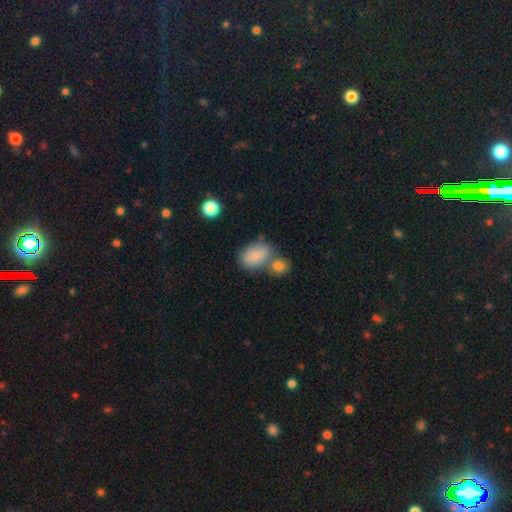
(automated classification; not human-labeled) This appears to be a smooth galaxy with no disk features (80%) that is in between round and cigar-shaped (83%). Merging: merger (41%).